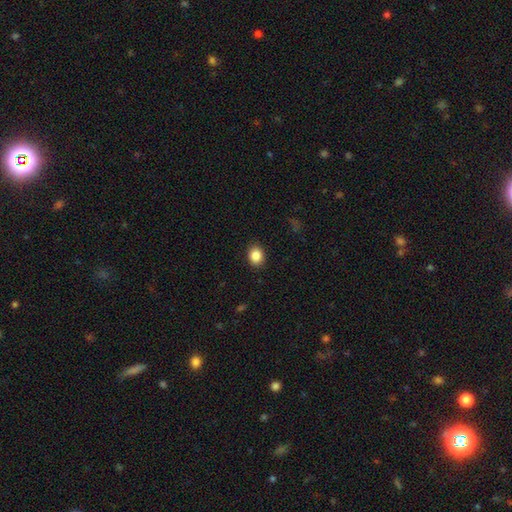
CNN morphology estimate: type=smooth (87%); roundness=round (54%); merging=none (90%).